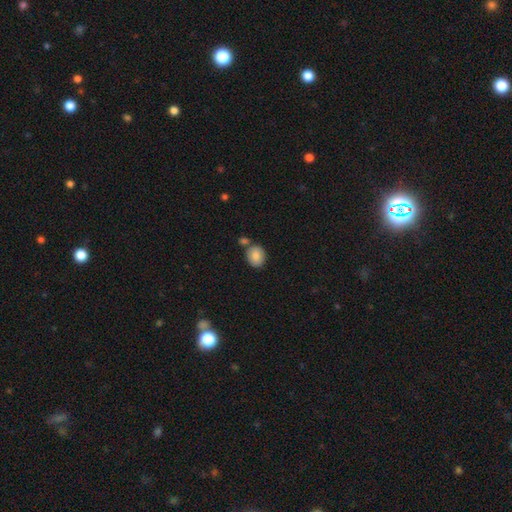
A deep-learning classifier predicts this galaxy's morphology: Q: Smooth or featured?
A: smooth (83%); runner-up: featured or disk (9%)
Q: How rounded?
A: round (61%); runner-up: in between (39%)
Q: Merging?
A: none (68%); runner-up: merger (17%)